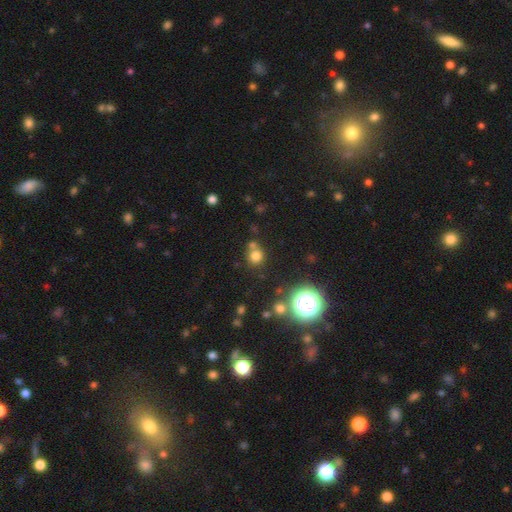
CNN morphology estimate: Q: Smooth or featured?
A: smooth (72%); runner-up: star or artifact (20%)
Q: How rounded?
A: round (87%); runner-up: in between (12%)
Q: Merging?
A: none (64%); runner-up: merger (23%)